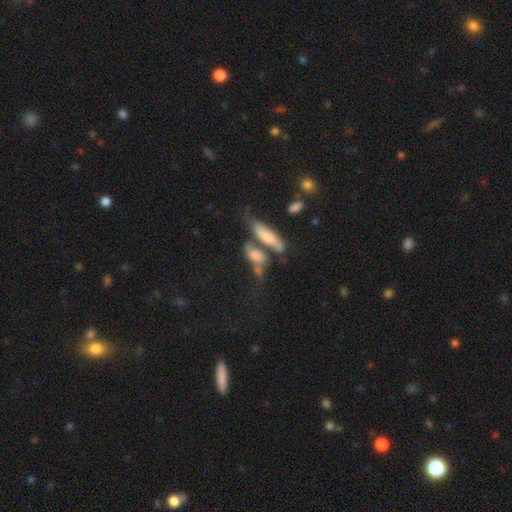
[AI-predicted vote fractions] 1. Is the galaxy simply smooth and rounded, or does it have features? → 62% smooth, 28% featured or disk, 10% star or artifact.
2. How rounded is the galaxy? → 61% in between, 32% cigar-shaped, 7% round.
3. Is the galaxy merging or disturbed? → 43% merger, 33% none, 15% minor disturbance, 9% major disturbance.